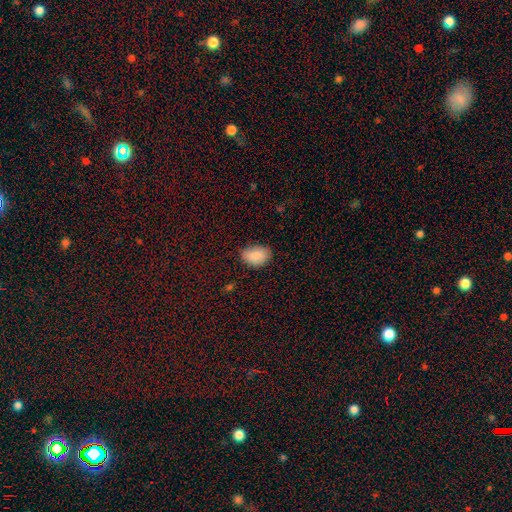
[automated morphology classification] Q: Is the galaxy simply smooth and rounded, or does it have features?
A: smooth — 86%.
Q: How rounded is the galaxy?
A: in between — 82%.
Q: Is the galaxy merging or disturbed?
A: none — 73%.